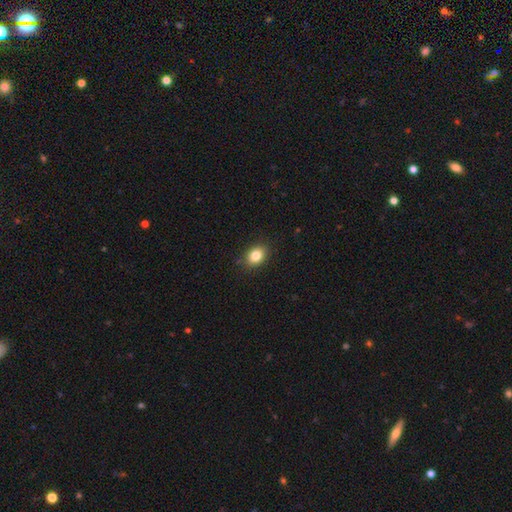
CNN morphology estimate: smooth 83%, star or artifact 10%, featured or disk 7%. Down the decision tree: how rounded — in between (65%); merging — none (87%).